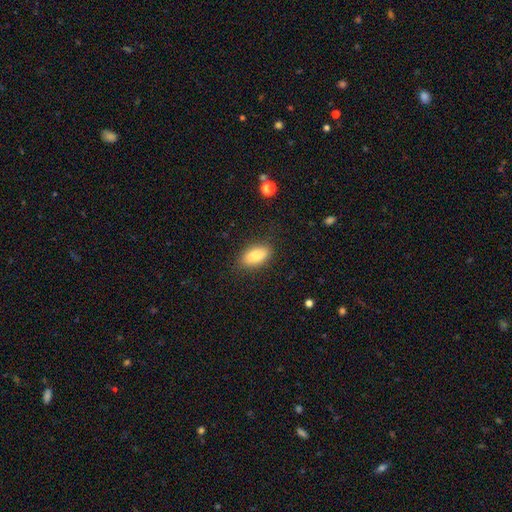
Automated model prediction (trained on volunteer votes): Smooth or featured: smooth — 85% (featured or disk — 8%)
How rounded: in between — 90% (cigar-shaped — 6%)
Merging: none — 82% (minor disturbance — 13%)